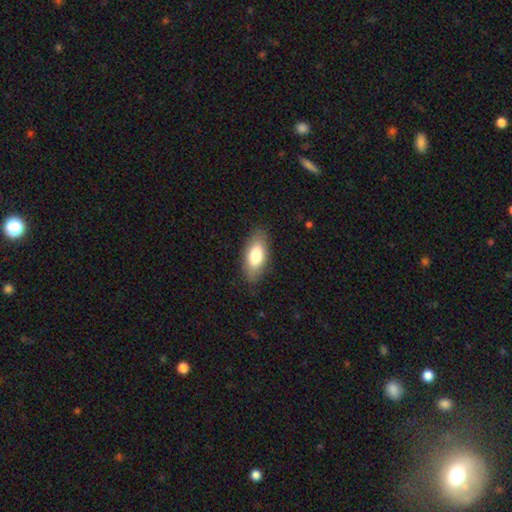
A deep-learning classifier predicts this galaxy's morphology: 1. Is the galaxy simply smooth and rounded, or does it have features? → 79% smooth, 15% featured or disk, 6% star or artifact.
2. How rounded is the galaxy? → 88% in between, 9% cigar-shaped, 3% round.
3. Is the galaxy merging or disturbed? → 84% none, 12% minor disturbance, 3% major disturbance, 1% merger.